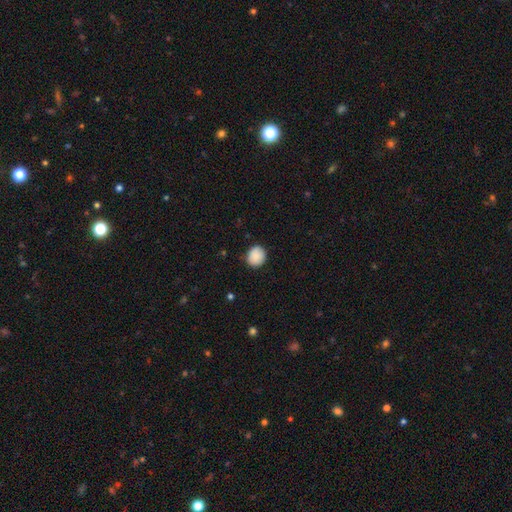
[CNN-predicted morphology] A smooth galaxy with no disk features (89%) that is round (76%).

Vote fractions:
- Smooth or featured? smooth: 89% / star or artifact: 8% / featured or disk: 4%
- How rounded? round: 76% / in between: 23% / cigar-shaped: 1%
- Merging? none: 84% / minor disturbance: 13% / major disturbance: 2% / merger: 1%